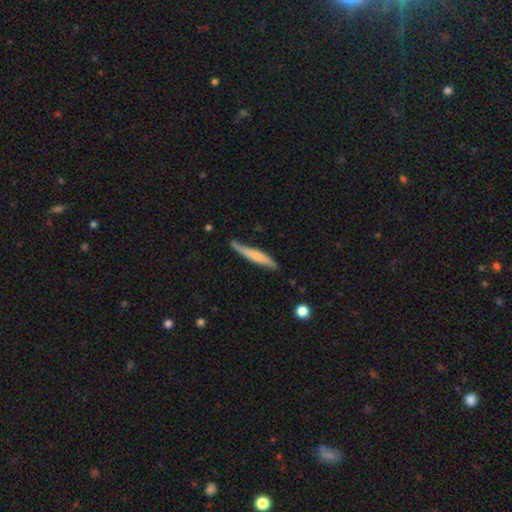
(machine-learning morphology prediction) Smooth or featured: smooth — 56% (featured or disk — 39%)
How rounded: cigar-shaped — 93% (in between — 6%)
Merging: none — 69% (minor disturbance — 24%)